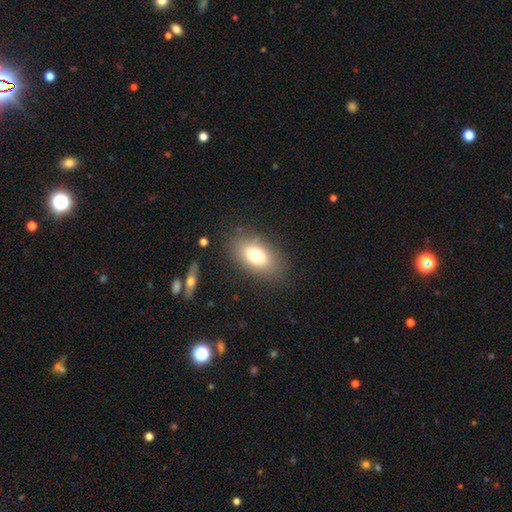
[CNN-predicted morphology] smooth 72%, featured or disk 18%, star or artifact 10%. Down the decision tree: how rounded — in between (86%); merging — none (81%).